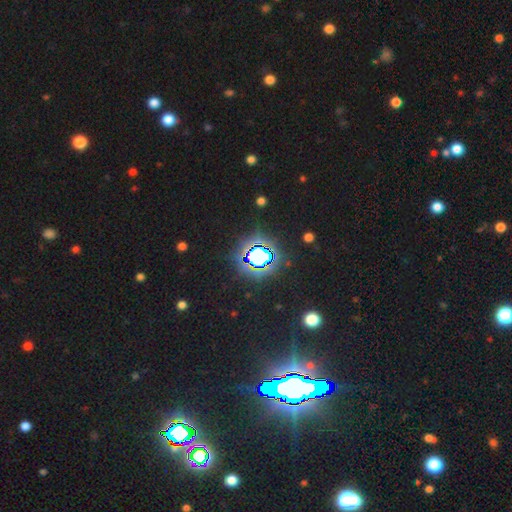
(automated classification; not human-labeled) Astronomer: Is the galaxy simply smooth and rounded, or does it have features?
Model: star or artifact — 81%.